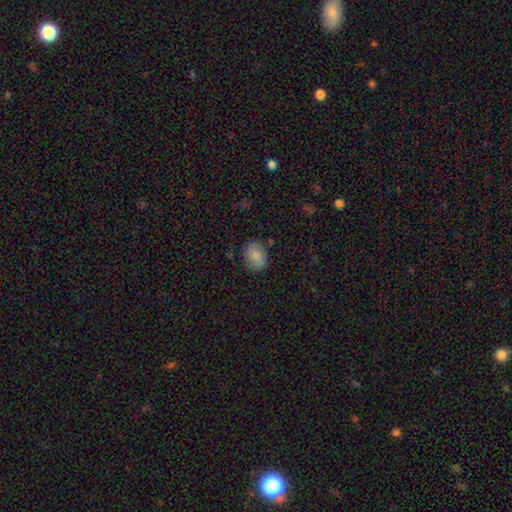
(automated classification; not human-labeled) Smooth or featured? Predicted: smooth (p=0.80). How rounded? Predicted: in between (p=0.57). Merging? Predicted: none (p=0.75).